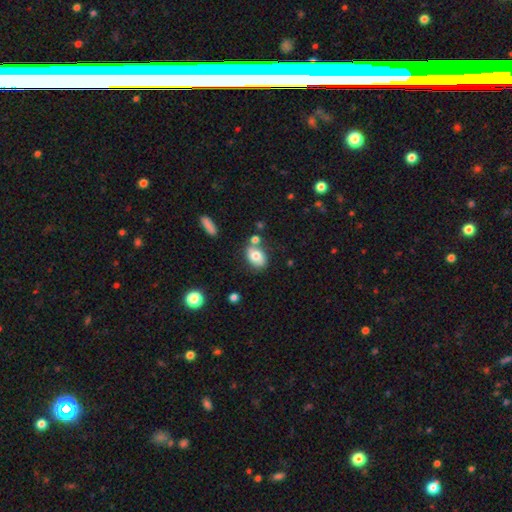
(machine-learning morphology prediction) Smooth or featured?
  - smooth: 71% *
  - featured or disk: 21%
  - star or artifact: 8%
How rounded?
  - in between: 78% *
  - round: 21%
  - cigar-shaped: 2%
Merging?
  - none: 62% *
  - minor disturbance: 17%
  - merger: 16%
  - major disturbance: 5%